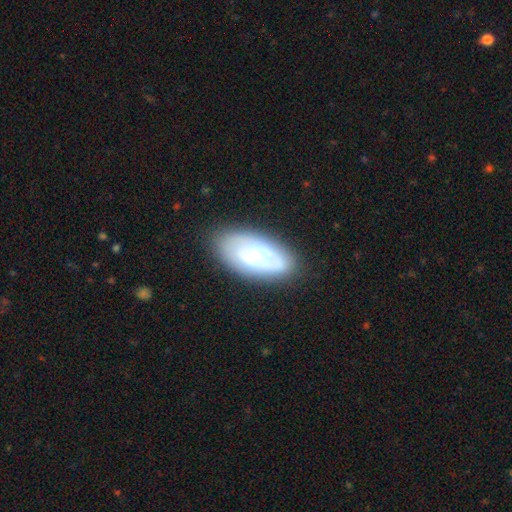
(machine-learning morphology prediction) Smooth or featured: smooth — 46% (tied with featured or disk — 46%)
Merging: none — 76% (minor disturbance — 17%)